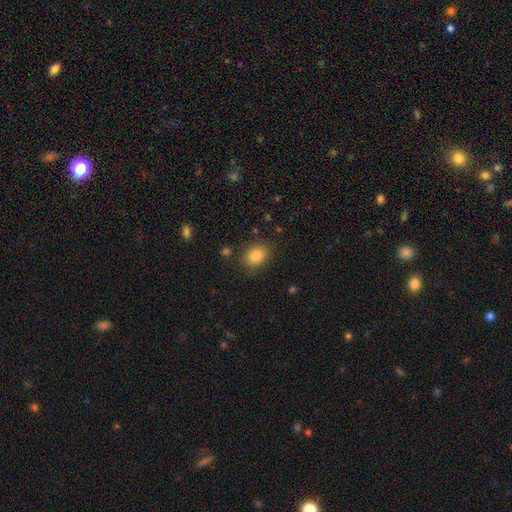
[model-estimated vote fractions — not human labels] Q: Smooth or featured?
A: smooth (85%); runner-up: star or artifact (9%)
Q: How rounded?
A: in between (63%); runner-up: round (36%)
Q: Merging?
A: none (83%); runner-up: minor disturbance (12%)